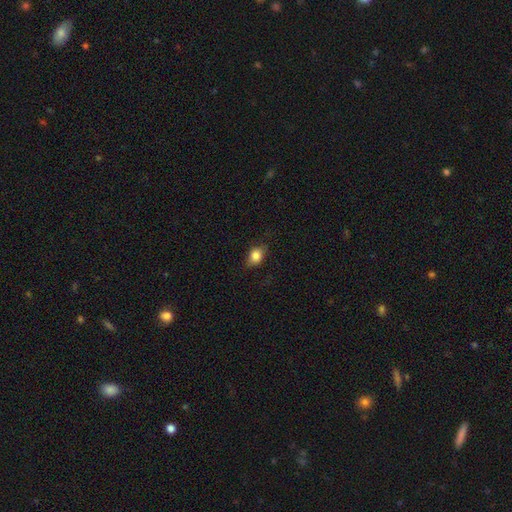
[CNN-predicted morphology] Smooth or featured: smooth — 83% (star or artifact — 9%)
How rounded: in between — 65% (round — 33%)
Merging: none — 79% (minor disturbance — 16%)